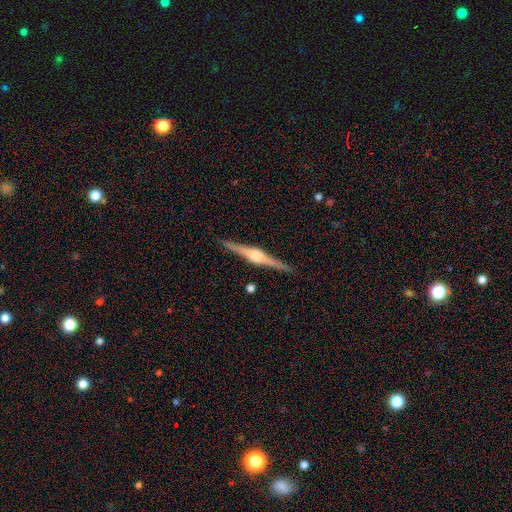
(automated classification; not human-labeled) Smooth or featured: featured or disk — 84% (smooth — 11%)
Edge-on disk: yes — 98% (no — 2%)
Edge-on bulge: rounded — 83% (boxy — 14%)
Merging: none — 90% (minor disturbance — 7%)